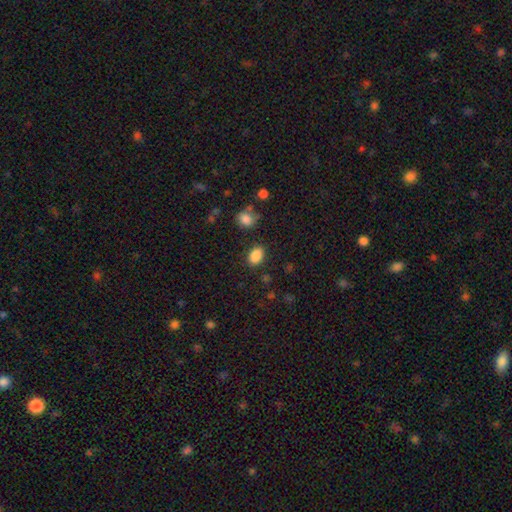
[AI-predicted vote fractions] A smooth galaxy with no disk features (87%) that is in between round and cigar-shaped (80%). Merging: none (82%).